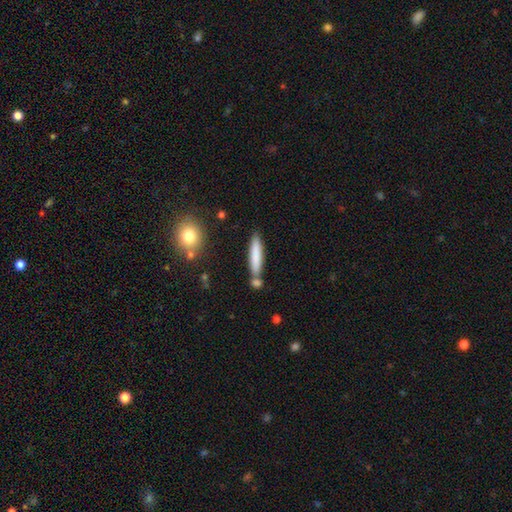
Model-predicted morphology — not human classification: This appears to be a smooth galaxy with no disk features (78%) that is cigar-shaped (87%). Merging: none (72%).